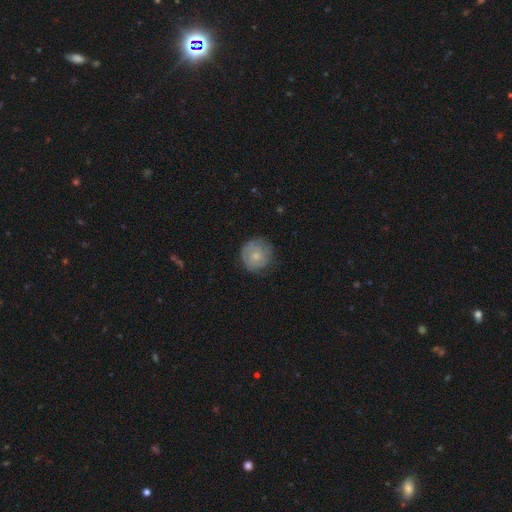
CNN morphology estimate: smooth 60%, featured or disk 33%, star or artifact 7%. Down the decision tree: how rounded — round (92%); merging — none (72%).